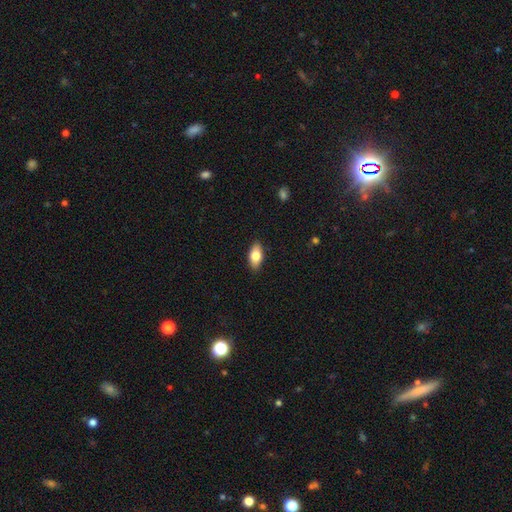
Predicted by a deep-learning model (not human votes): Q: Smooth or featured?
A: smooth (78%); runner-up: featured or disk (15%)
Q: How rounded?
A: in between (89%); runner-up: cigar-shaped (7%)
Q: Merging?
A: none (88%); runner-up: minor disturbance (9%)